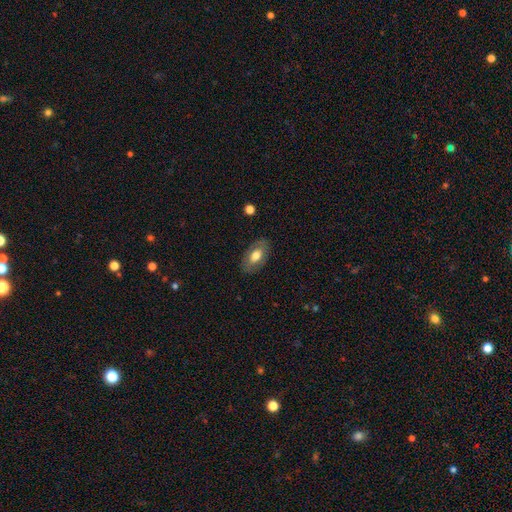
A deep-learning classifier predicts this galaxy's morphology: Overall: smooth (62%; featured or disk 31%). How rounded: in between (93%). Merging: none (84%).